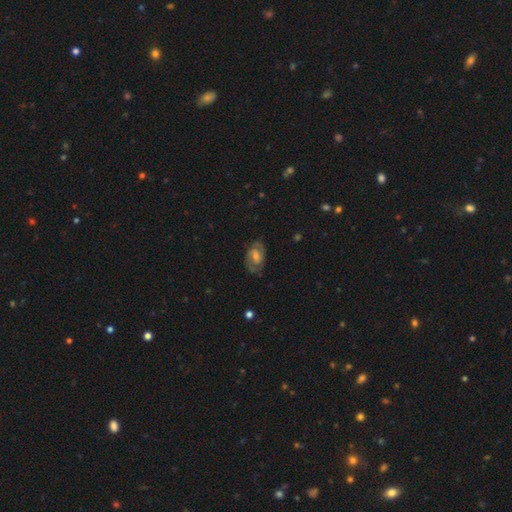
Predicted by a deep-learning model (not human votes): This appears to be a featured or disk galaxy (70%) with a weak bar (52%), 2 (82%) medium (47%) spiral arms (89%) and a moderate central bulge (46%). Merging: none (78%).